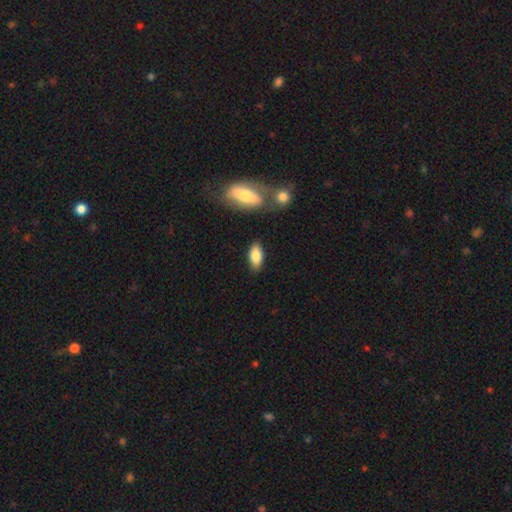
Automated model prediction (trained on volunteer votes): This appears to be a smooth galaxy with no disk features (79%) that is in between round and cigar-shaped (85%). Merging: none (82%).